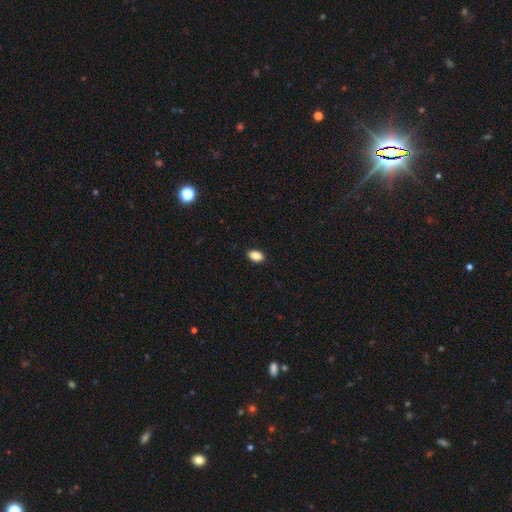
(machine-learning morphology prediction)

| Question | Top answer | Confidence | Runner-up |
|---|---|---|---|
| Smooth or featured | smooth | 88% | star or artifact (8%) |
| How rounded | in between | 90% | round (9%) |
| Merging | none | 90% | minor disturbance (8%) |